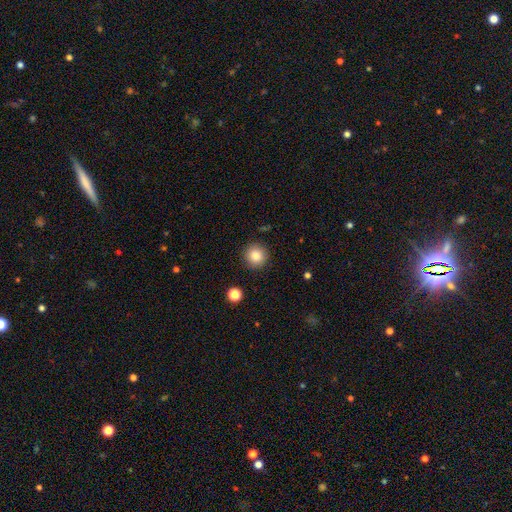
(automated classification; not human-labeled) Smooth or featured? smooth (85%)
How rounded? round (94%)
Merging? none (90%)